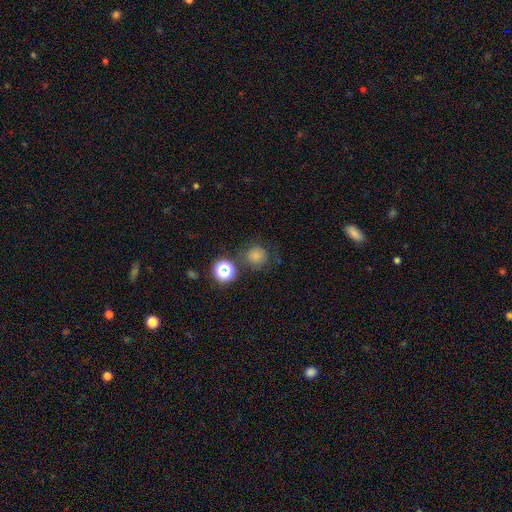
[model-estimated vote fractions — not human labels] Smooth or featured: smooth — 74% (star or artifact — 19%)
How rounded: round — 92% (in between — 7%)
Merging: none — 74% (minor disturbance — 13%)